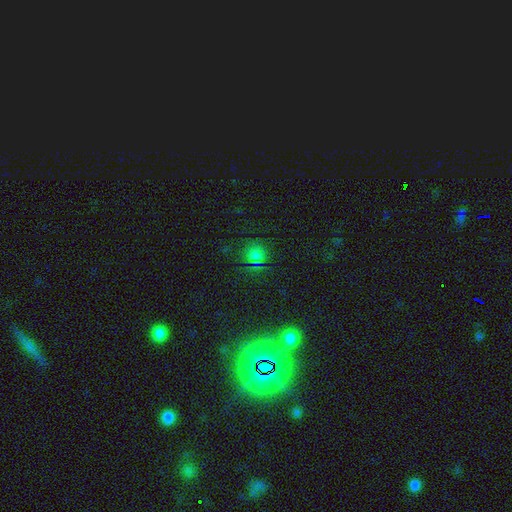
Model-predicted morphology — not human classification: The model was most divided on "smooth or featured": smooth: 60%, star or artifact: 34%, featured or disk: 6%. More confident: how rounded — round (90%); merging — none (82%).